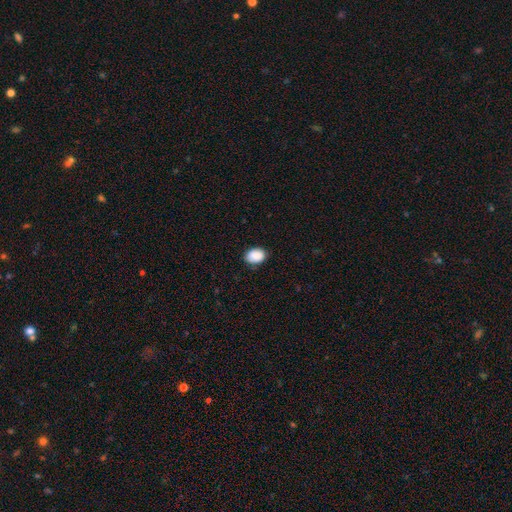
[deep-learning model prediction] Smooth or featured: smooth — 89% (star or artifact — 7%)
How rounded: in between — 76% (round — 23%)
Merging: none — 82% (minor disturbance — 14%)